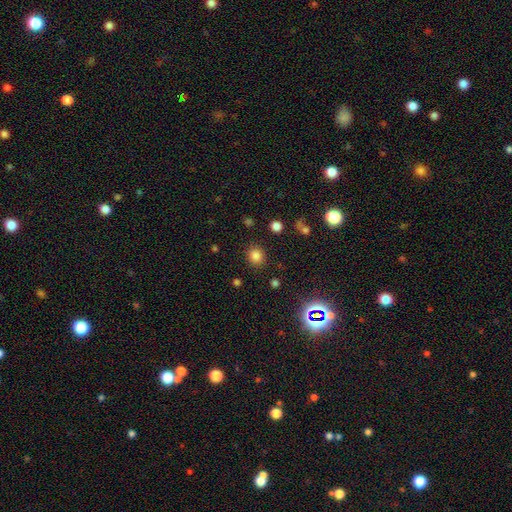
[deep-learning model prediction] Q: Smooth or featured?
A: smooth (81%); runner-up: star or artifact (15%)
Q: How rounded?
A: round (80%); runner-up: in between (19%)
Q: Merging?
A: none (88%); runner-up: minor disturbance (7%)